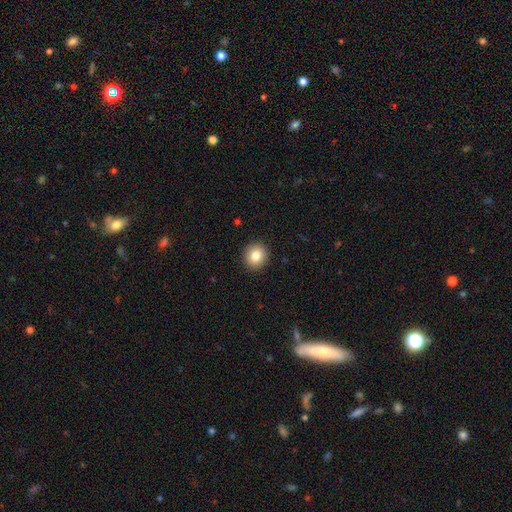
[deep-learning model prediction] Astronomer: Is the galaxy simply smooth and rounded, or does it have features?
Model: smooth — 83%.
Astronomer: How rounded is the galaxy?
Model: round — 87%.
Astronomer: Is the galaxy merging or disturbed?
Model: none — 92%.